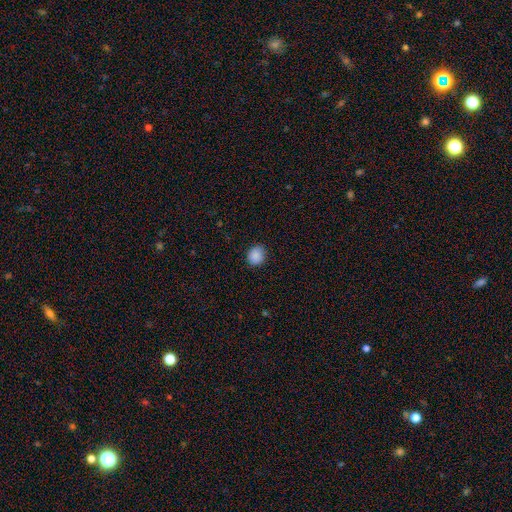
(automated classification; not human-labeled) Q: Smooth or featured?
A: smooth (88%); runner-up: star or artifact (9%)
Q: How rounded?
A: round (75%); runner-up: in between (24%)
Q: Merging?
A: none (86%); runner-up: minor disturbance (10%)